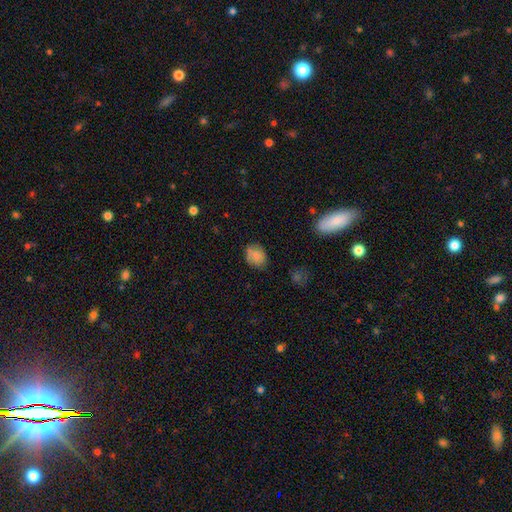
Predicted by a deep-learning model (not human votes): A smooth galaxy with no disk features (81%) that is in between round and cigar-shaped (51%). Merging: none (72%).